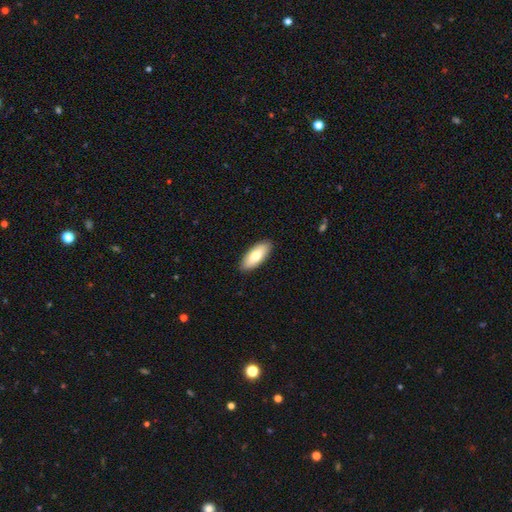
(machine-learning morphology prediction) smooth-or-featured: smooth: 75% | featured or disk: 19% | star or artifact: 5%
  how-rounded: in between: 82% | cigar-shaped: 16% | round: 2%
  merging: none: 90% | minor disturbance: 8% | major disturbance: 2% | merger: 1%